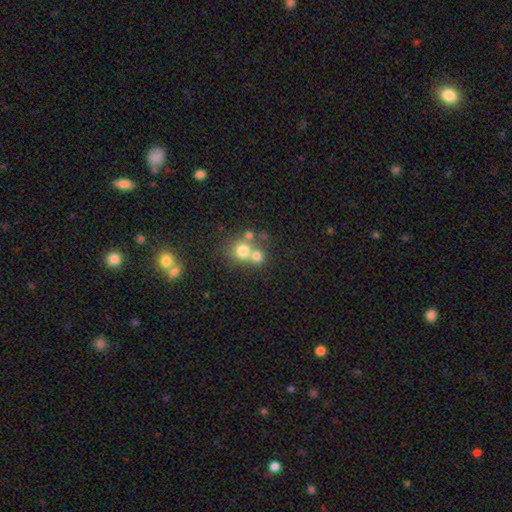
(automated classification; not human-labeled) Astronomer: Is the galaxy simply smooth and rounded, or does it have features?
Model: smooth — 58%.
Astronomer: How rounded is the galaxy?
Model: round — 83%.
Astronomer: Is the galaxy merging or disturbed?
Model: none — 48% (runner-up: merger, 41%).